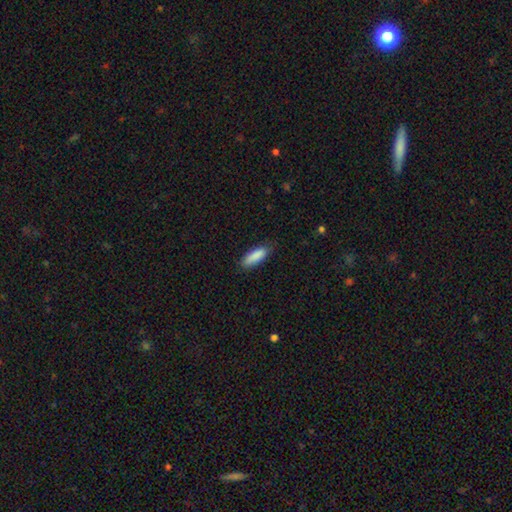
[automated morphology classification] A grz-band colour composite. It shows a smooth galaxy with no disk features (89%) that is in between round and cigar-shaped (57%). Merging: none (80%).